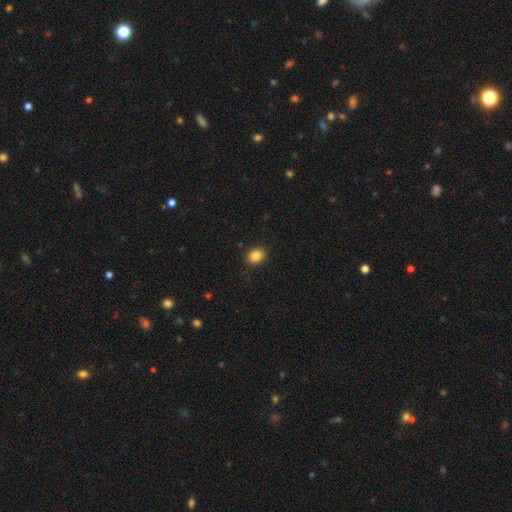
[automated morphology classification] Smooth or featured? Predicted: smooth (p=0.87). How rounded? Predicted: round (p=0.61). Merging? Predicted: none (p=0.88).